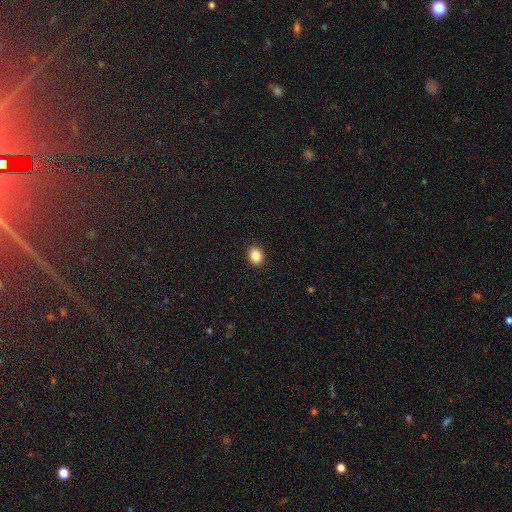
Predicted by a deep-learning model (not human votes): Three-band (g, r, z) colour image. It shows a smooth galaxy with no disk features (87%) that is in between round and cigar-shaped (50%). Merging: none (91%).